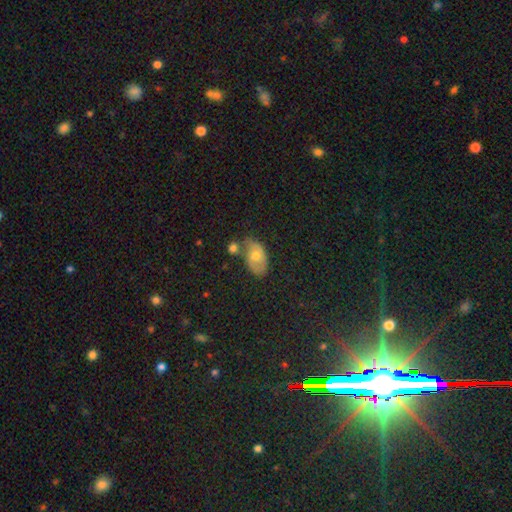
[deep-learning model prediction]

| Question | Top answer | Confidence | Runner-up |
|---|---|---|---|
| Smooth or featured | smooth | 55% | featured or disk (30%) |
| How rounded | in between | 87% | round (11%) |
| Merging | none | 50% | minor disturbance (24%) |